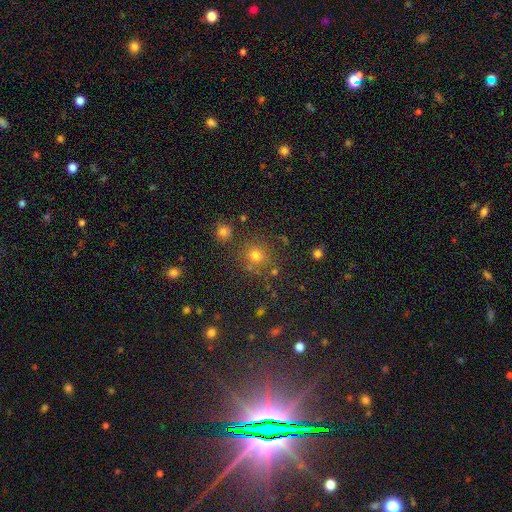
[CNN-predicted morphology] A smooth galaxy with no disk features (71%) that is round (90%).

Vote fractions:
- Smooth or featured? smooth: 71% / star or artifact: 21% / featured or disk: 7%
- How rounded? round: 90% / in between: 9% / cigar-shaped: 1%
- Merging? none: 77% / minor disturbance: 10% / merger: 9% / major disturbance: 4%